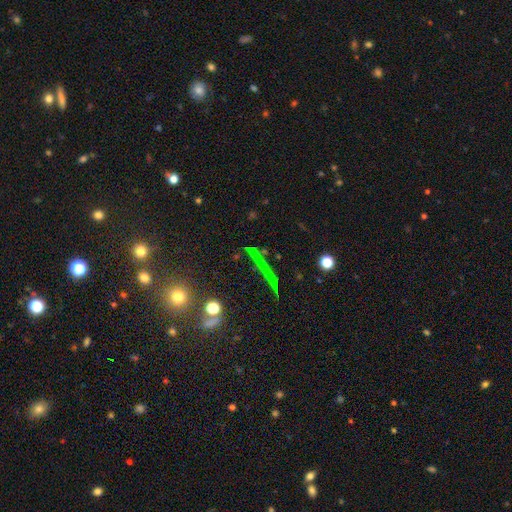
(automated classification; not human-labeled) Smooth or featured? star or artifact (66%)